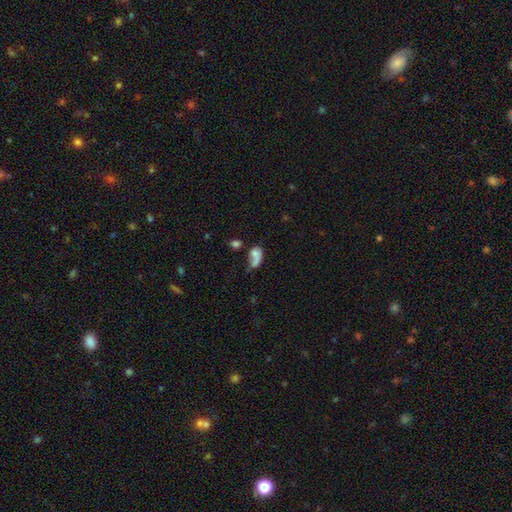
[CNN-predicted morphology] Smooth or featured: smooth — 63% (featured or disk — 25%)
How rounded: in between — 81% (round — 14%)
Merging: major disturbance — 31% (merger — 30%)